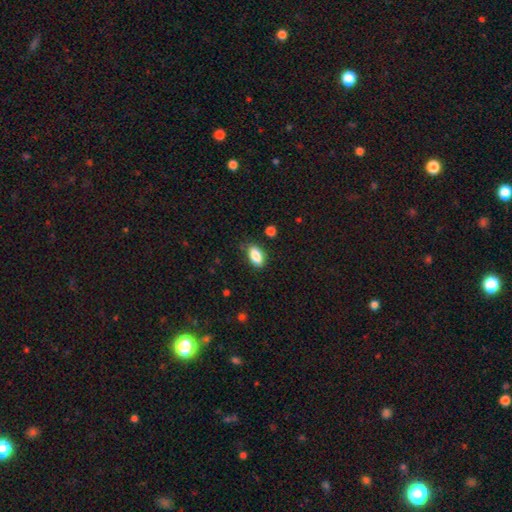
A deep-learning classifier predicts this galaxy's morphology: Smooth or featured? Predicted: smooth (p=0.87). How rounded? Predicted: in between (p=0.92). Merging? Predicted: none (p=0.82).